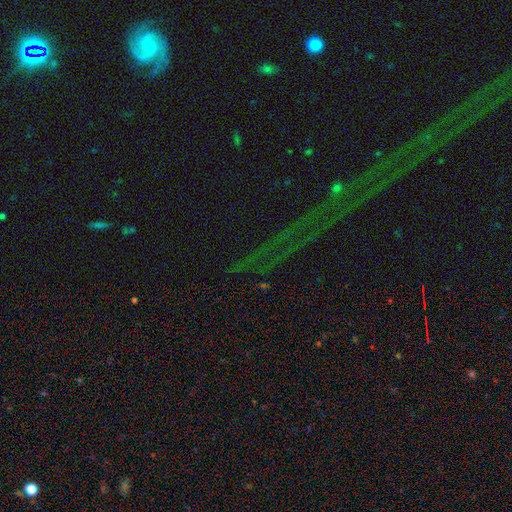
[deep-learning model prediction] Overall: star or artifact (71%).